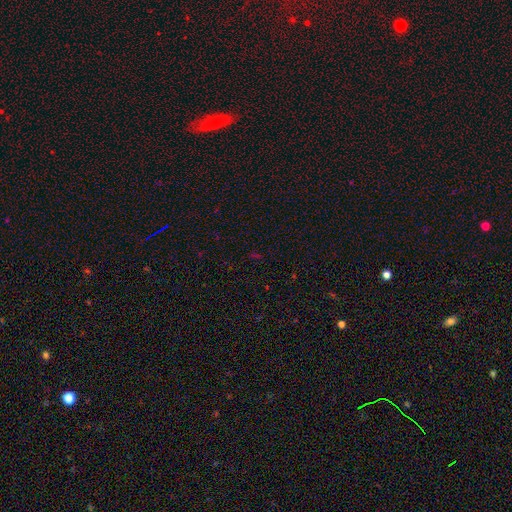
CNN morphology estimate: The model was most divided on "smooth or featured": star or artifact: 69%, smooth: 23%, featured or disk: 9%.